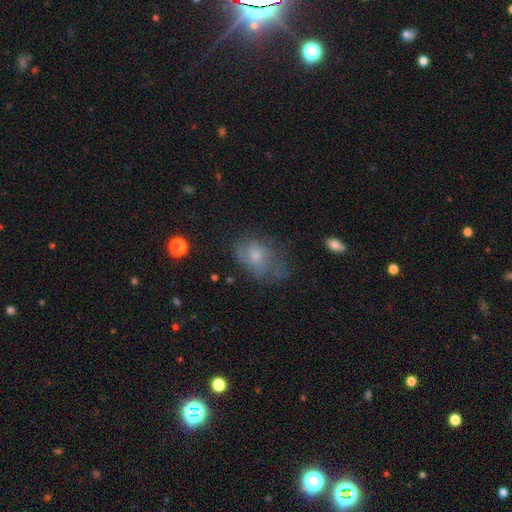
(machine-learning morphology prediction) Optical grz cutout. It shows a smooth galaxy with no disk features (57%) that is in between round and cigar-shaped (77%). Merging: none (44%).